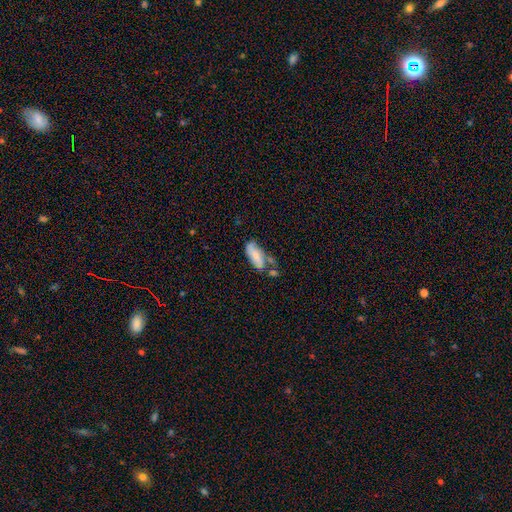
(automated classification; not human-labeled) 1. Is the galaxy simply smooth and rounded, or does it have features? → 71% smooth, 22% featured or disk, 7% star or artifact.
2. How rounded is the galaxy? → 78% in between, 20% cigar-shaped, 2% round.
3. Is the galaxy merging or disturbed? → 42% none, 26% minor disturbance, 22% merger, 10% major disturbance.